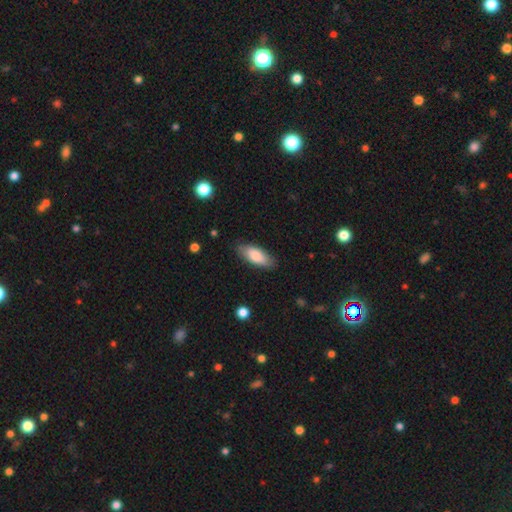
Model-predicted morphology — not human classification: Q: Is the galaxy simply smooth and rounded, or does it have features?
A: smooth — 83%.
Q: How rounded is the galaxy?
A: in between — 78%.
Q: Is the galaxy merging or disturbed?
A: none — 84%.